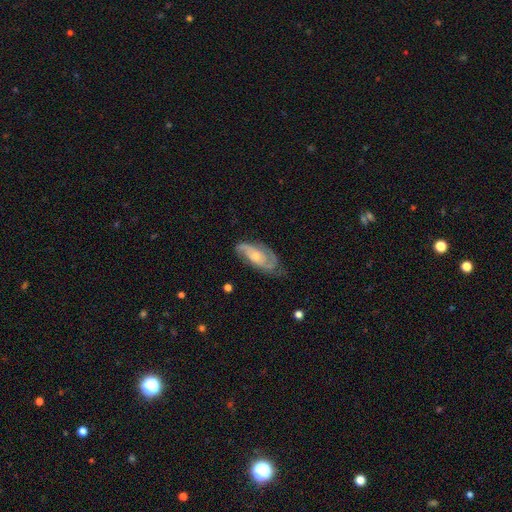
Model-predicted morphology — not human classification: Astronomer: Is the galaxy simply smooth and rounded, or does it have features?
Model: featured or disk — 79%.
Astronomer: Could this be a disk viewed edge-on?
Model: no — 94%.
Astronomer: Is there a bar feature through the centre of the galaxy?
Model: no — 68%.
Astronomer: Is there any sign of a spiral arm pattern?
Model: yes — 94%.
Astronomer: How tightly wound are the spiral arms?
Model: medium — 43% (runner-up: tight, 41%).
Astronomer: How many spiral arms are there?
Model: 2 — 70%.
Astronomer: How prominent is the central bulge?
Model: small — 53% (runner-up: moderate, 40%).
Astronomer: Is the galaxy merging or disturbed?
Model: none — 63%.